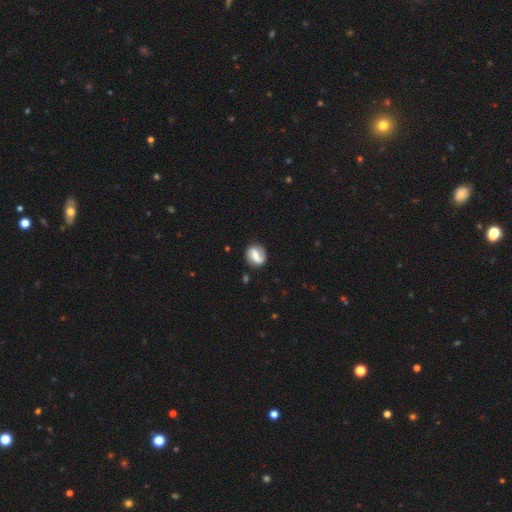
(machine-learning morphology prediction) Smooth or featured: featured or disk — 60% (smooth — 33%)
Edge-on disk: no — 96% (yes — 4%)
Bar: strong — 50% (weak — 33%)
Spiral arms: yes — 81% (no — 19%)
Bulge size: moderate — 30% (small — 28%)
Merging: none — 77% (minor disturbance — 15%)